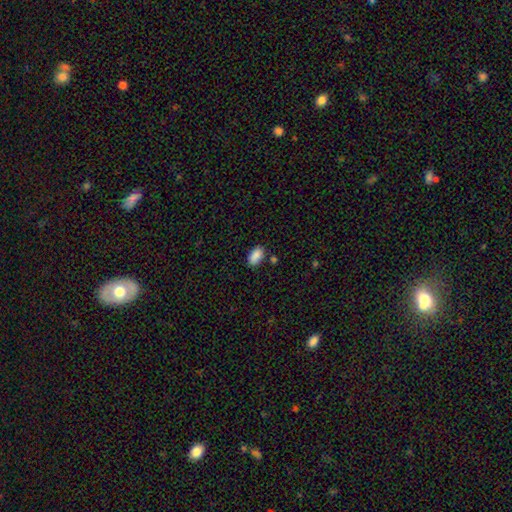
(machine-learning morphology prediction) Smooth or featured: smooth — 89% (star or artifact — 7%)
How rounded: in between — 93% (round — 5%)
Merging: none — 79% (minor disturbance — 13%)